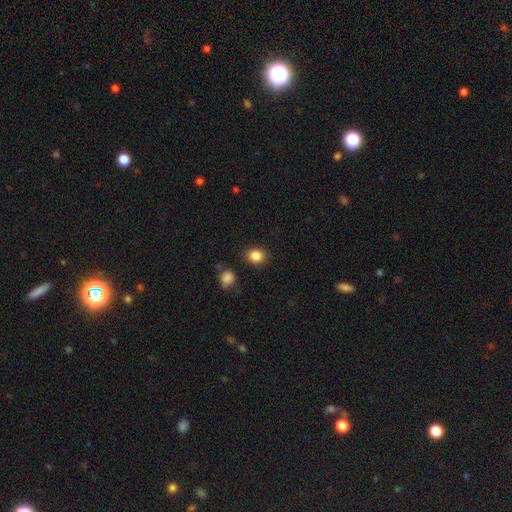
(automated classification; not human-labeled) Overall: smooth (86%). How rounded: round (63%; in between 37%). Merging: none (87%).